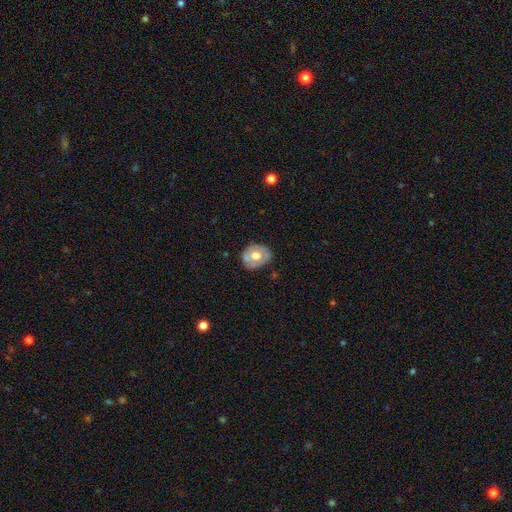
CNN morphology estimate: Smooth or featured? Predicted: smooth (p=0.53). How rounded? Predicted: round (p=0.51). Merging? Predicted: none (p=0.72).